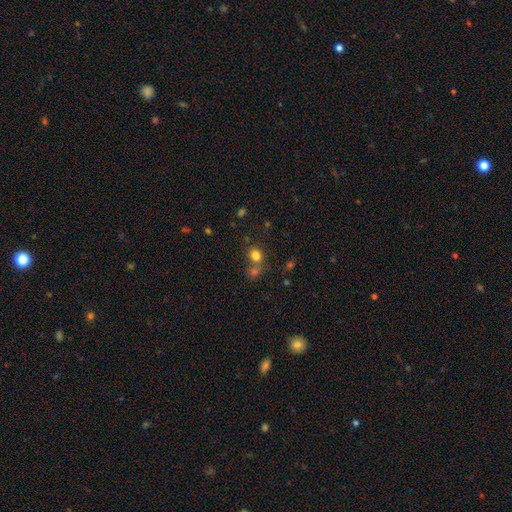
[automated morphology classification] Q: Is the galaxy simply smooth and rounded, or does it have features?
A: smooth — 78%.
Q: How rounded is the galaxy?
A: round — 68%.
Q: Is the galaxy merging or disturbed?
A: none — 55%.